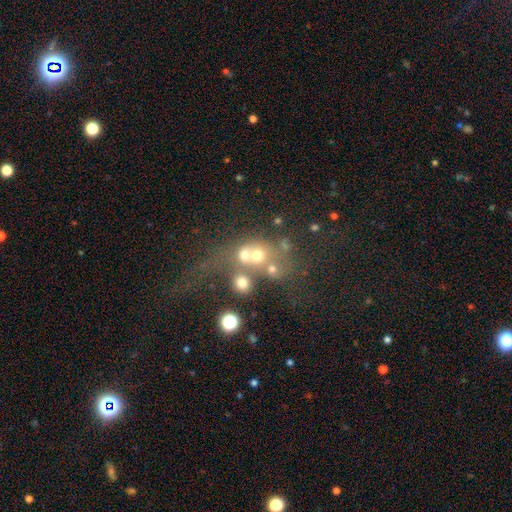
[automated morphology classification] This is marginally a featured or disk galaxy (36%, tied with smooth). Merging: possibly merger (51%).